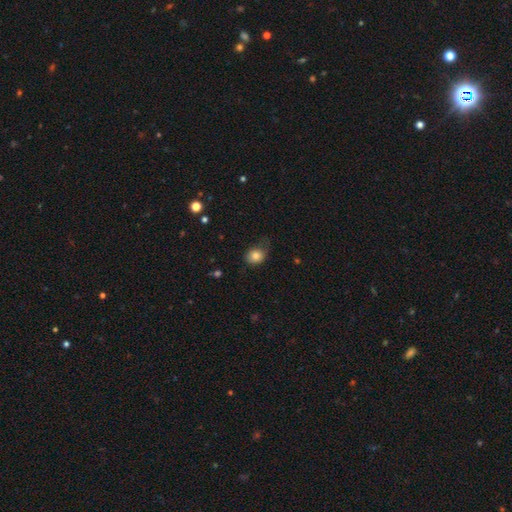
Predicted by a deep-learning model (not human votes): smooth 80%, star or artifact 10%, featured or disk 10%. Down the decision tree: how rounded — round (57%); merging — none (56%).